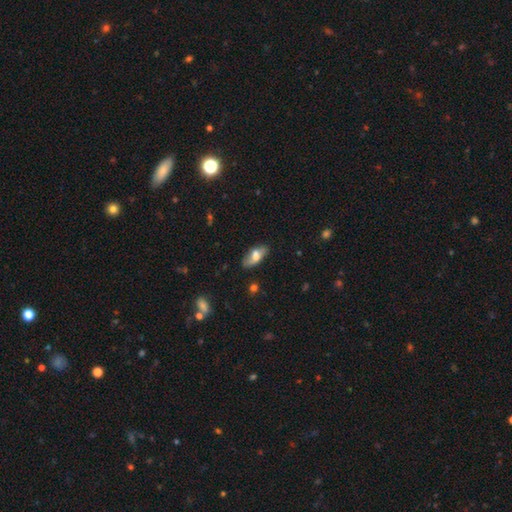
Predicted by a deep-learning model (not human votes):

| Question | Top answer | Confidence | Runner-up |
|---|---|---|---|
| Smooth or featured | smooth | 62% | featured or disk (30%) |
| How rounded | in between | 85% | cigar-shaped (11%) |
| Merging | none | 66% | minor disturbance (23%) |